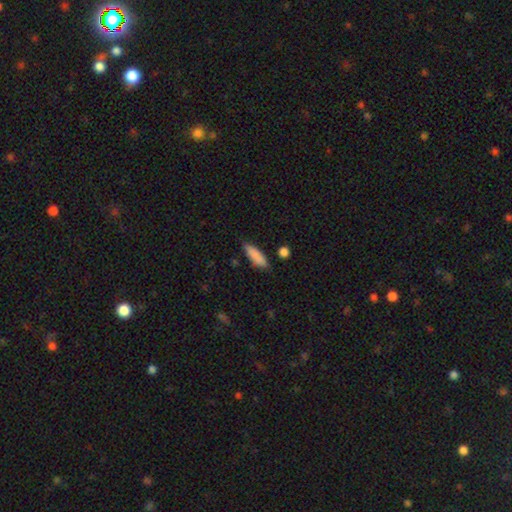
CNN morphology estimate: Overall: smooth (86%). How rounded: cigar-shaped (53%; in between 45%). Merging: none (78%).